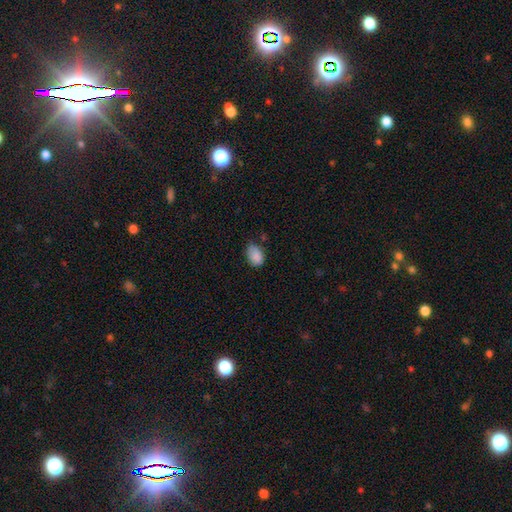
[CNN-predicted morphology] Q: Smooth or featured?
A: smooth (87%); runner-up: star or artifact (8%)
Q: How rounded?
A: in between (80%); runner-up: round (19%)
Q: Merging?
A: none (59%); runner-up: minor disturbance (33%)